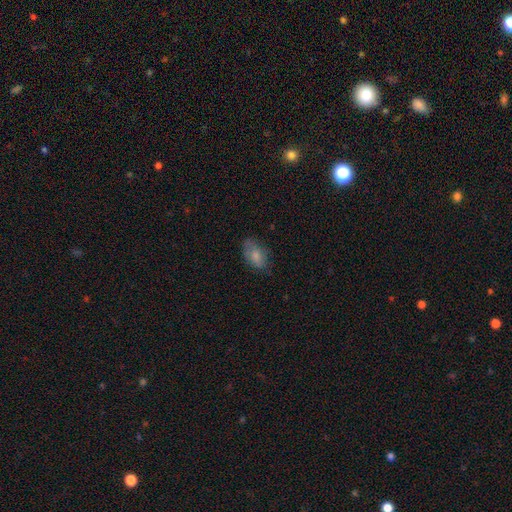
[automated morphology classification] smooth-or-featured: smooth: 75% | featured or disk: 17% | star or artifact: 8%
  how-rounded: in between: 89% | round: 8% | cigar-shaped: 3%
  merging: none: 61% | minor disturbance: 27% | major disturbance: 10% | merger: 2%